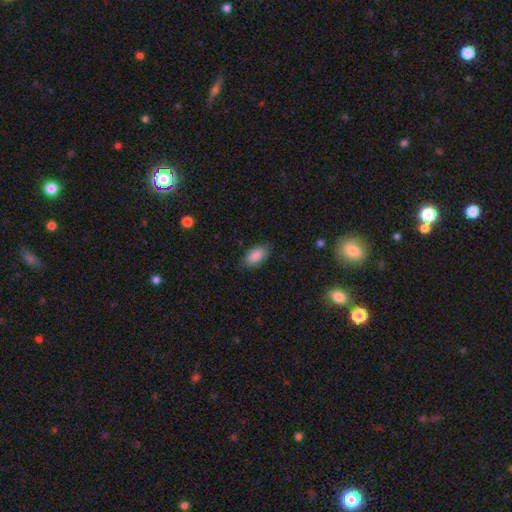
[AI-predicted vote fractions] Smooth or featured: smooth — 88% (star or artifact — 7%)
How rounded: in between — 93% (round — 4%)
Merging: none — 83% (minor disturbance — 13%)